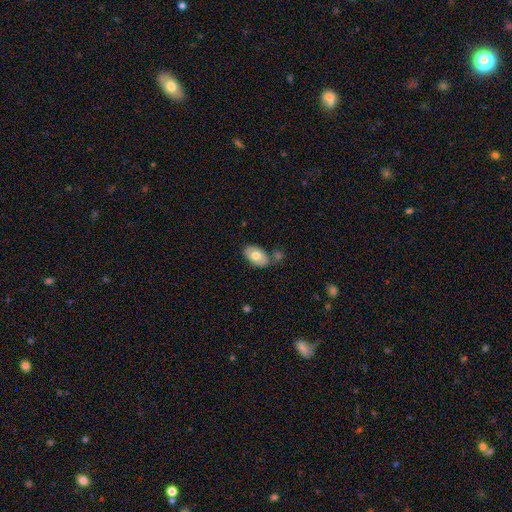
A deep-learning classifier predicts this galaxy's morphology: smooth 72%, featured or disk 21%, star or artifact 6%. Down the decision tree: how rounded — in between (92%); merging — none (70%).